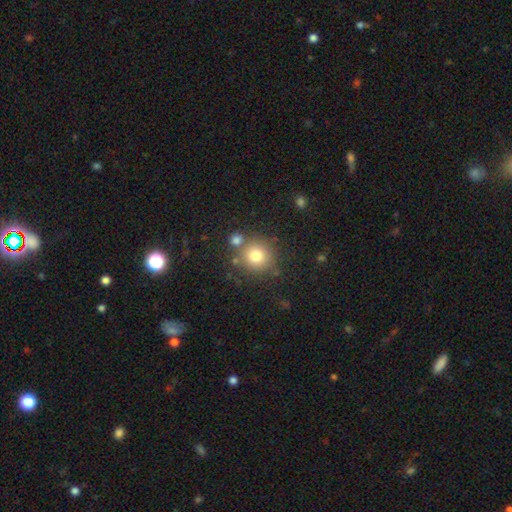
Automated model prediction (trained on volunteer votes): smooth_or_featured: smooth (p=0.77) [alt: star or artifact p=0.13]
how_rounded: round (p=0.90) [alt: in between p=0.09]
merging: none (p=0.73) [alt: merger p=0.13]